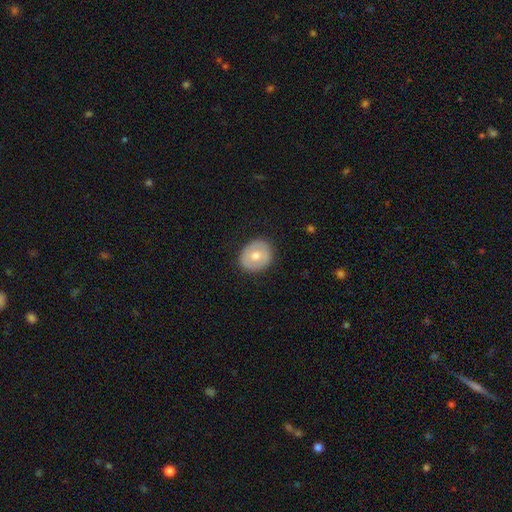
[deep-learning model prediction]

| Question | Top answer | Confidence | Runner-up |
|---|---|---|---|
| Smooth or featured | smooth | 60% | featured or disk (34%) |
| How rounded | round | 76% | in between (23%) |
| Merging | none | 88% | minor disturbance (9%) |